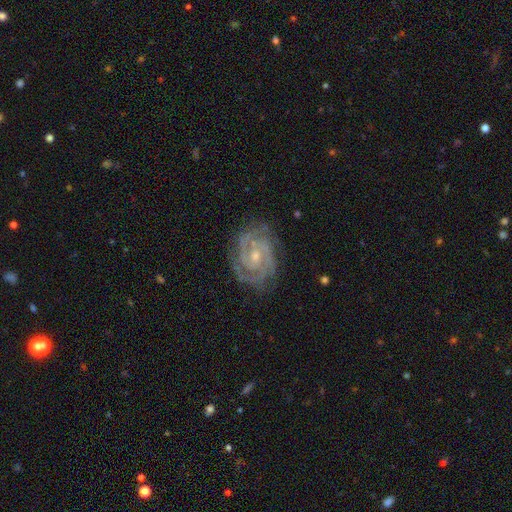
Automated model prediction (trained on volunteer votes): Smooth or featured? featured or disk (92%)
Edge-on disk? no (97%)
Bar? no (57%)
Spiral arms? yes (98%)
Spiral winding? tight (73%)
Spiral arm count? 2 (56%)
Bulge size? small (57%)
Merging? none (78%)